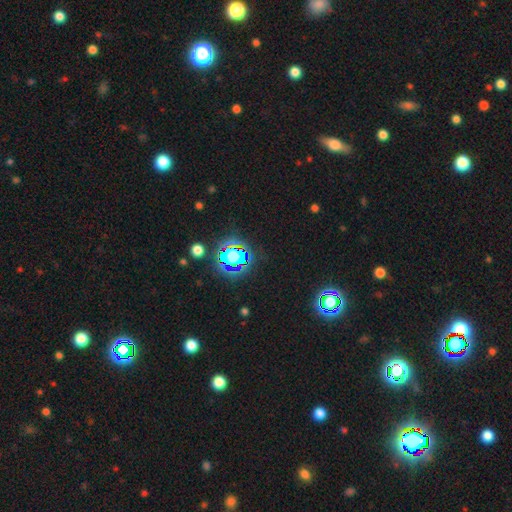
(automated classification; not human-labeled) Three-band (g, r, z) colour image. It shows a star or artifact, not a galaxy (80%).